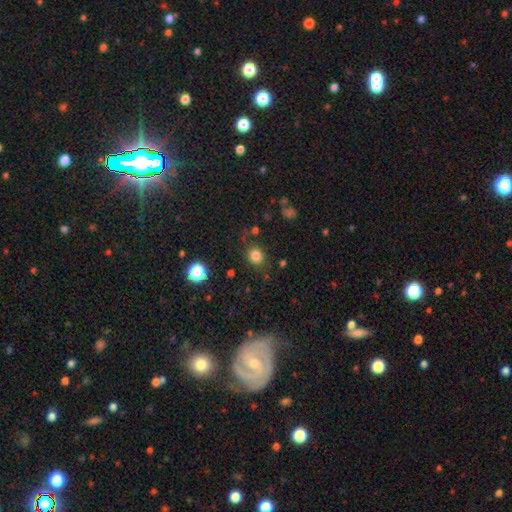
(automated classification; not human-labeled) Overall: smooth (80%). How rounded: round (71%). Merging: none (81%).